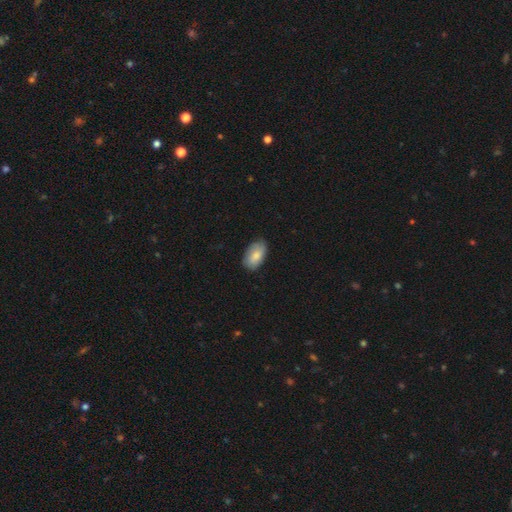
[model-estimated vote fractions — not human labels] smooth-or-featured: smooth: 81% | featured or disk: 13% | star or artifact: 6%
  how-rounded: in between: 94% | round: 5% | cigar-shaped: 2%
  merging: none: 80% | minor disturbance: 16% | major disturbance: 3% | merger: 1%